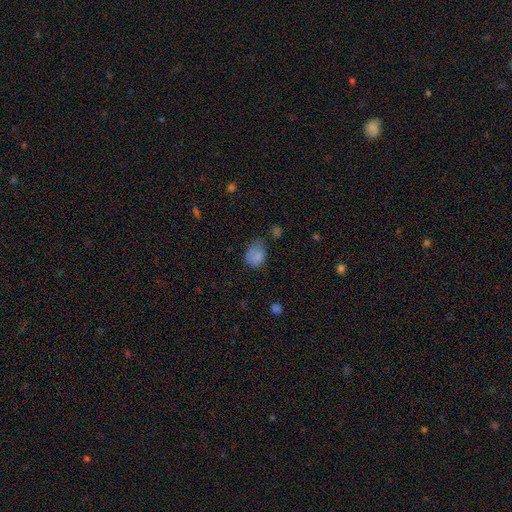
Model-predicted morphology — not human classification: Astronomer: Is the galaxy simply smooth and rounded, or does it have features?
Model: smooth — 77%.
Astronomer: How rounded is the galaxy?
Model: in between — 69%.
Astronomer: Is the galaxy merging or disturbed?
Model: none — 39% (runner-up: minor disturbance, 35%).